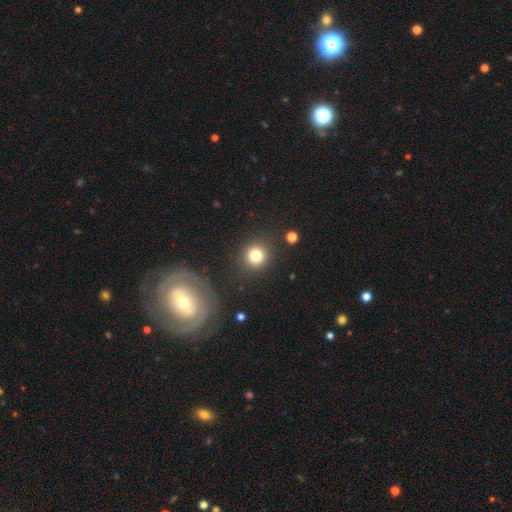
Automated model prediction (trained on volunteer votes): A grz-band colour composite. It shows a smooth galaxy with no disk features (81%) that is round (90%). Merging: none (86%).